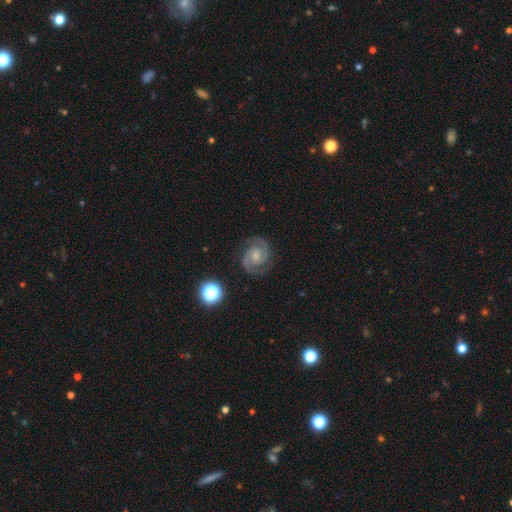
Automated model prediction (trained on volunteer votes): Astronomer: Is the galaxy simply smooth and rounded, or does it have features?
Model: featured or disk — 89%.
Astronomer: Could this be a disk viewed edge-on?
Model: no — 98%.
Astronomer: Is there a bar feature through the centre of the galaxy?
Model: no — 52% (runner-up: weak, 39%).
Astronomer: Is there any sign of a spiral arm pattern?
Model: yes — 98%.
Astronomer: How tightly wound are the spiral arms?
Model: medium — 48% (runner-up: tight, 45%).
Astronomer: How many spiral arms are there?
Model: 2 — 93%.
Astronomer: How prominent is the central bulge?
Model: small — 47% (runner-up: moderate, 41%).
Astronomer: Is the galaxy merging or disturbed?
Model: none — 83%.